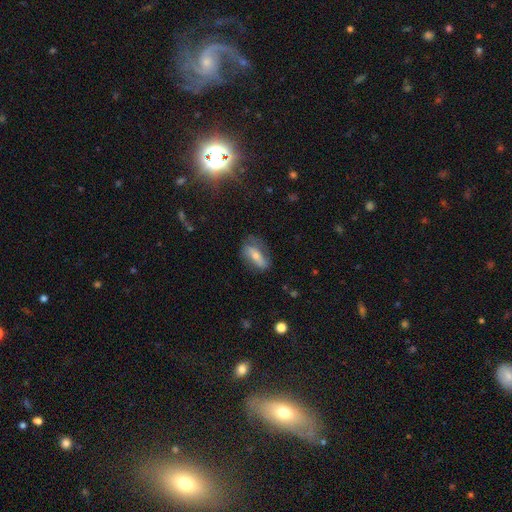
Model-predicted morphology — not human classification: Smooth or featured? featured or disk (48%)
Merging? none (68%)